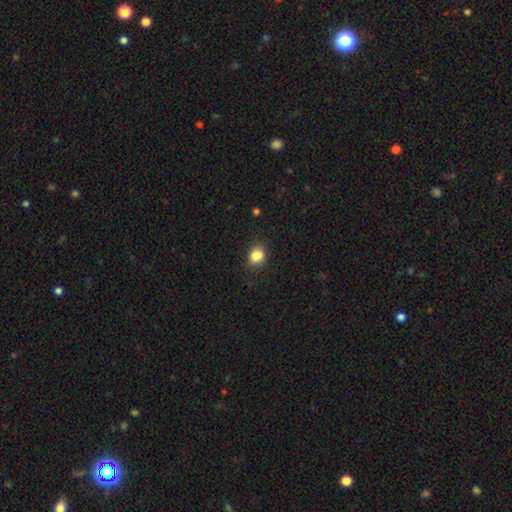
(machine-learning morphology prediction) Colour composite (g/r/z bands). It shows a smooth galaxy with no disk features (84%) that is round (50%). Merging: none (76%).